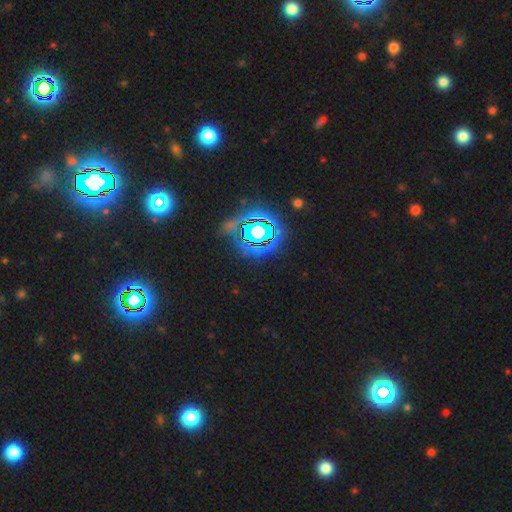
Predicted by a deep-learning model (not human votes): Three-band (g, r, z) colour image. It shows a star or artifact, not a galaxy (76%).